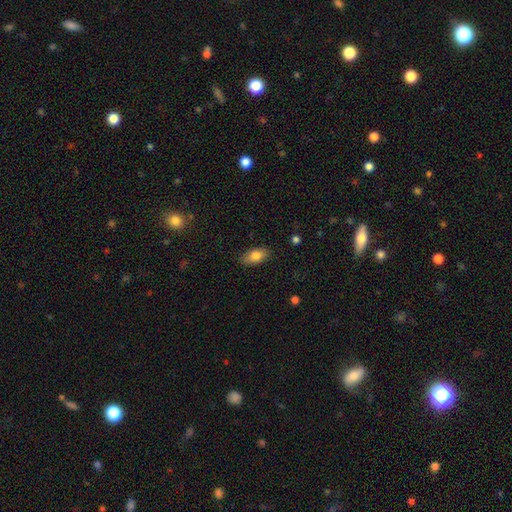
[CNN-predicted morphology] smooth-or-featured: smooth: 80% | featured or disk: 12% | star or artifact: 7%
  how-rounded: in between: 89% | cigar-shaped: 6% | round: 5%
  merging: none: 85% | minor disturbance: 11% | major disturbance: 2% | merger: 1%